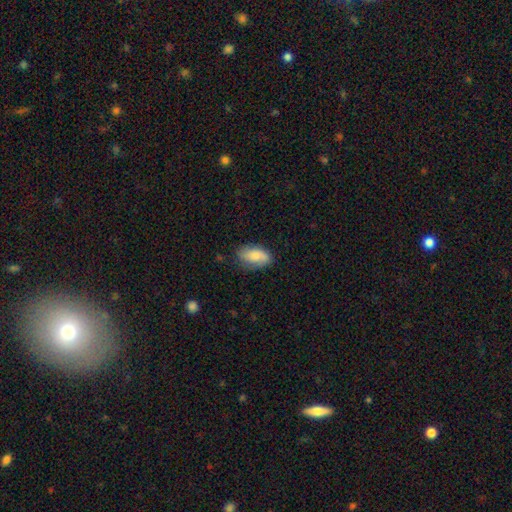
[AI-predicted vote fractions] Smooth or featured? smooth (73%)
How rounded? in between (92%)
Merging? none (74%)